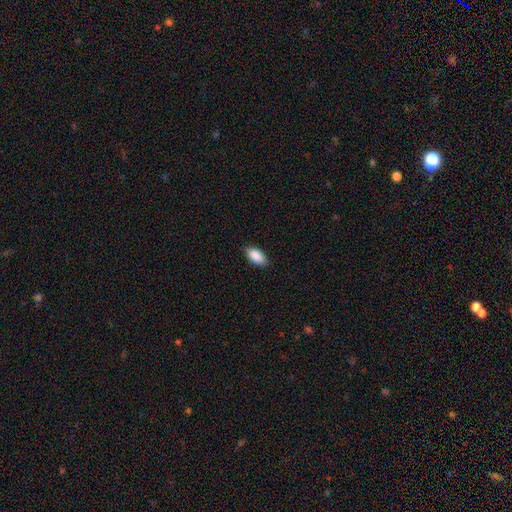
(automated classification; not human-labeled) Smooth or featured?
  - smooth: 89% *
  - star or artifact: 6%
  - featured or disk: 4%
How rounded?
  - in between: 93% *
  - cigar-shaped: 5%
  - round: 3%
Merging?
  - none: 85% *
  - minor disturbance: 12%
  - major disturbance: 2%
  - merger: 1%